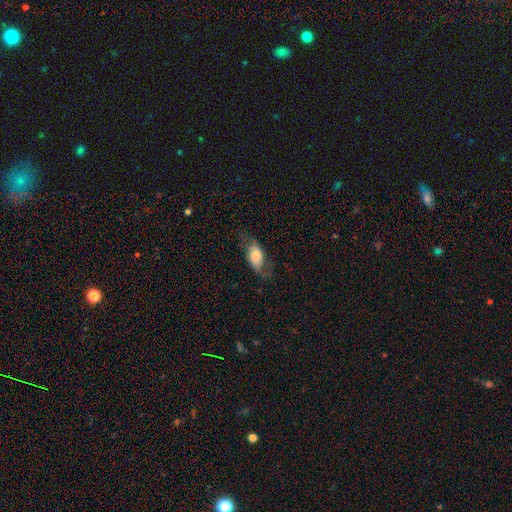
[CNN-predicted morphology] Overall: featured or disk (46%, tied with smooth). Merging: none (63%).